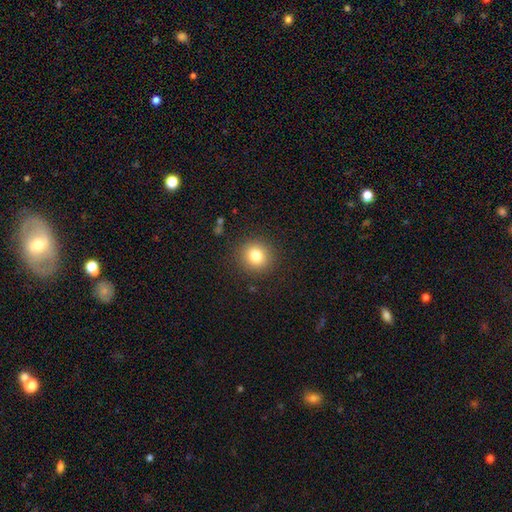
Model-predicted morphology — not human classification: A smooth galaxy with no disk features (81%) that is round (89%).

Vote fractions:
- Smooth or featured? smooth: 81% / star or artifact: 11% / featured or disk: 8%
- How rounded? round: 89% / in between: 10% / cigar-shaped: 1%
- Merging? none: 89% / minor disturbance: 7% / major disturbance: 3% / merger: 1%